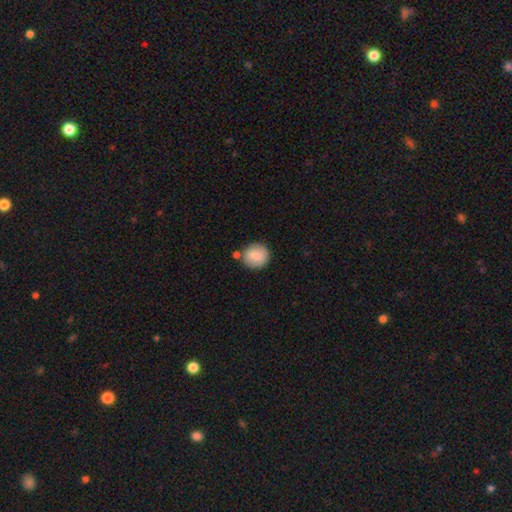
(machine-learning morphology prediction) A smooth galaxy with no disk features (84%) that is round (90%).

Vote fractions:
- Smooth or featured? smooth: 84% / featured or disk: 9% / star or artifact: 7%
- How rounded? round: 90% / in between: 9% / cigar-shaped: 1%
- Merging? none: 76% / minor disturbance: 11% / merger: 9% / major disturbance: 3%